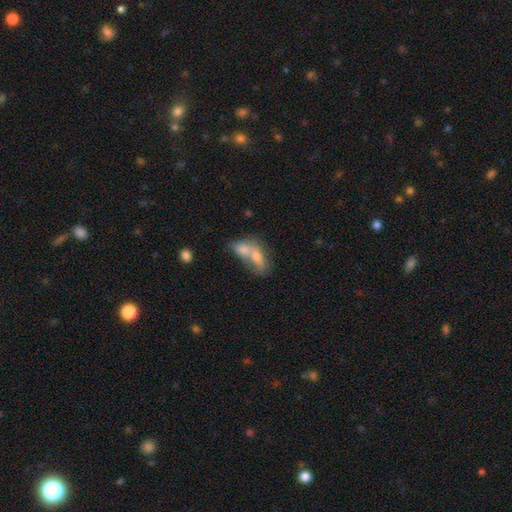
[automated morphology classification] Smooth or featured: smooth — 65% (featured or disk — 26%)
How rounded: in between — 74% (round — 14%)
Merging: merger — 70% (none — 17%)